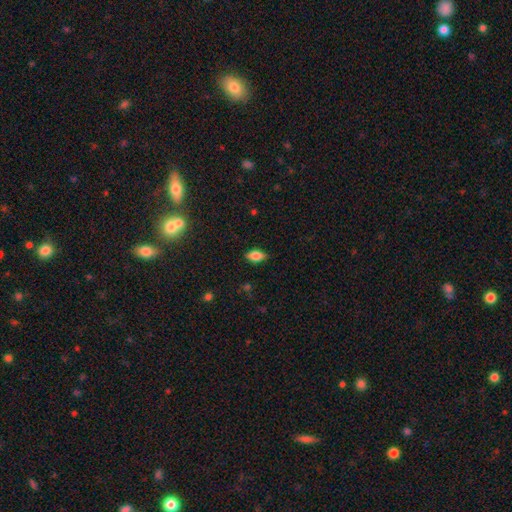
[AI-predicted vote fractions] A smooth galaxy with no disk features (77%) that is in between round and cigar-shaped (88%). Merging: none (85%).